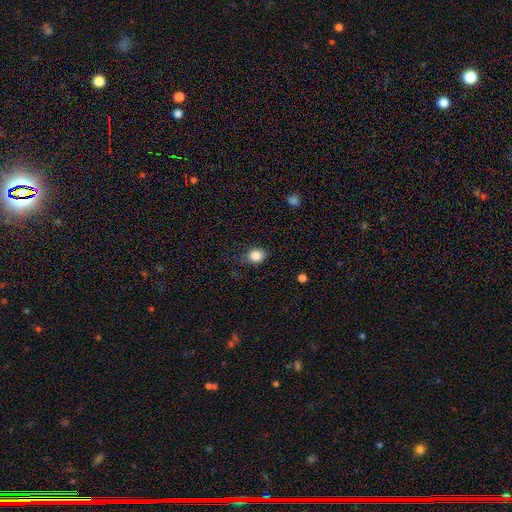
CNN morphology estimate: Overall: smooth (85%). How rounded: round (65%; in between 34%). Merging: none (73%).